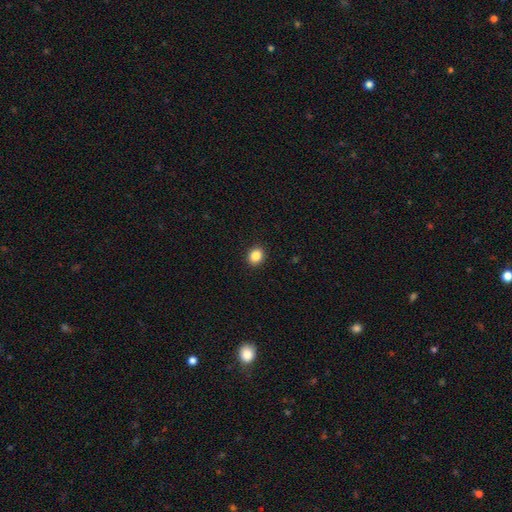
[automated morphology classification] The model was most divided on "how rounded": round: 67%, in between: 32%, cigar-shaped: 1%. More confident: merging — none (92%); smooth or featured — smooth (86%).